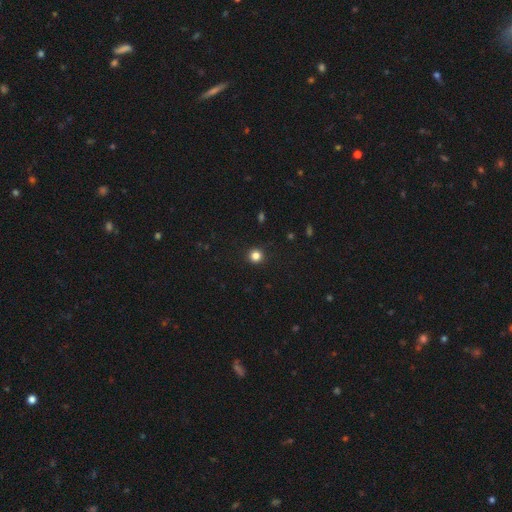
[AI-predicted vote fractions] Smooth or featured? Predicted: smooth (p=0.83). How rounded? Predicted: round (p=0.95). Merging? Predicted: none (p=0.92).